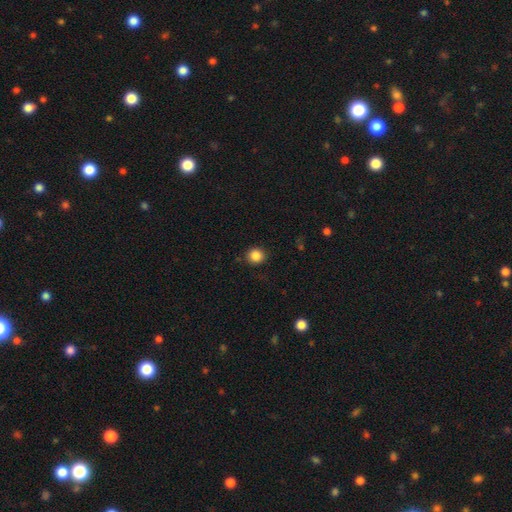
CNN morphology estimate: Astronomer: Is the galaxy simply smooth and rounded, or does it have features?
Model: smooth — 86%.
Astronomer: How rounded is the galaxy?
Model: round — 90%.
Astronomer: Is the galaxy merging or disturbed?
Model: none — 89%.